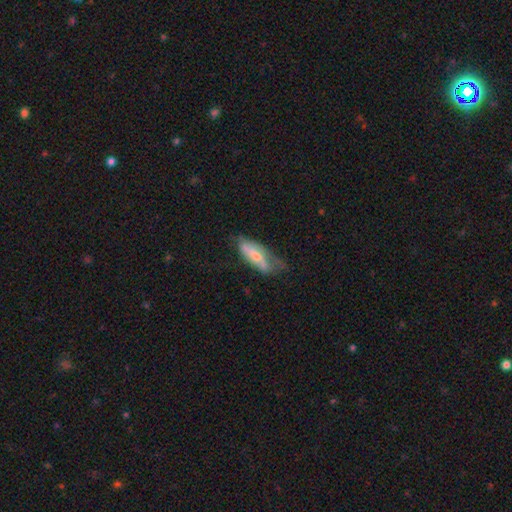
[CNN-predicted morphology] Overall: featured or disk (52%; smooth 41%). Edge-on disk: no (71%). Merging: none (42%; minor disturbance 36%).